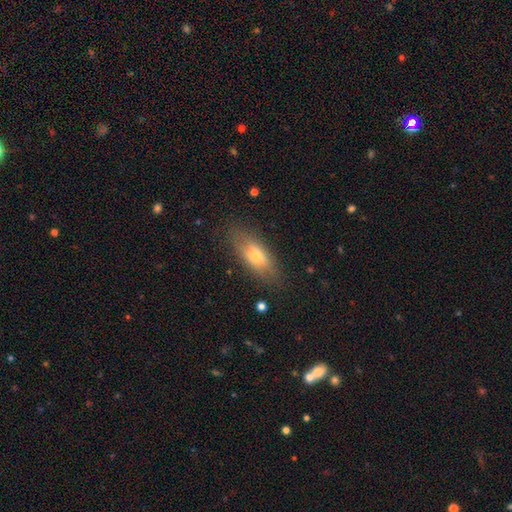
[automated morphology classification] Smooth or featured: smooth — 64% (featured or disk — 28%)
How rounded: in between — 69% (cigar-shaped — 27%)
Merging: none — 81% (minor disturbance — 13%)